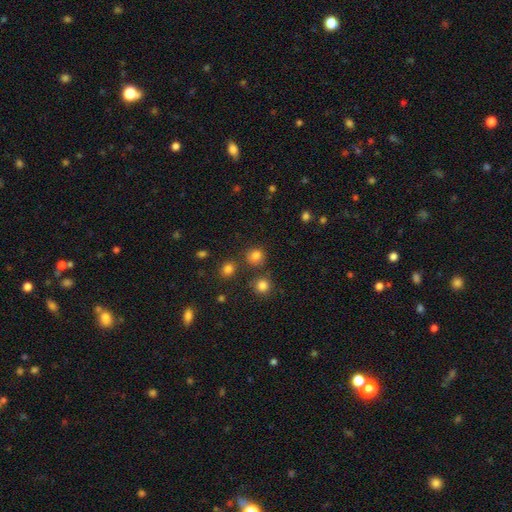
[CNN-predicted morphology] Overall: smooth (80%). How rounded: round (88%). Merging: none (80%).